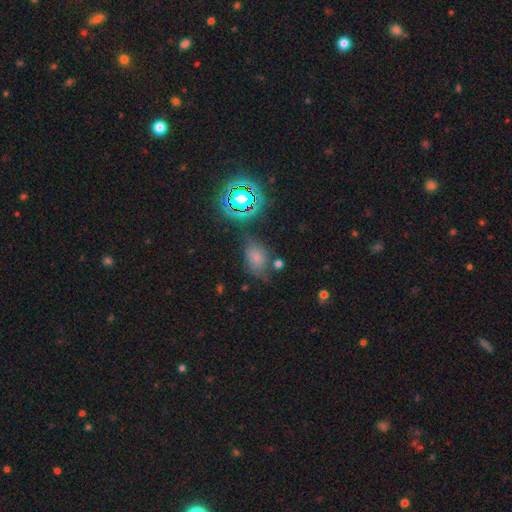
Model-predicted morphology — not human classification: smooth-or-featured: smooth: 48% | star or artifact: 37% | featured or disk: 15%
  merging: none: 65% | minor disturbance: 21% | major disturbance: 8% | merger: 6%